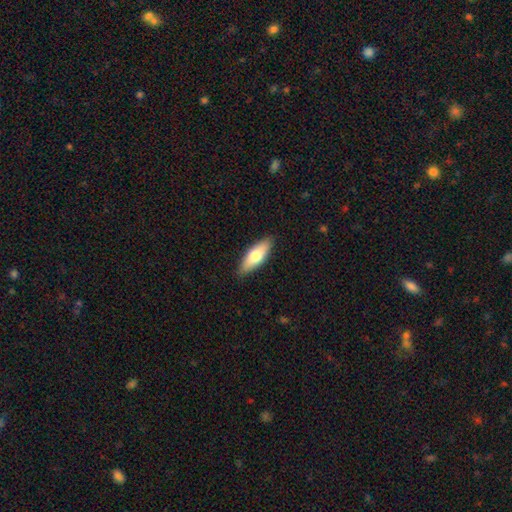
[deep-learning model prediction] This appears to be a smooth galaxy with no disk features (70%) that is in between round and cigar-shaped (63%). Merging: none (87%).